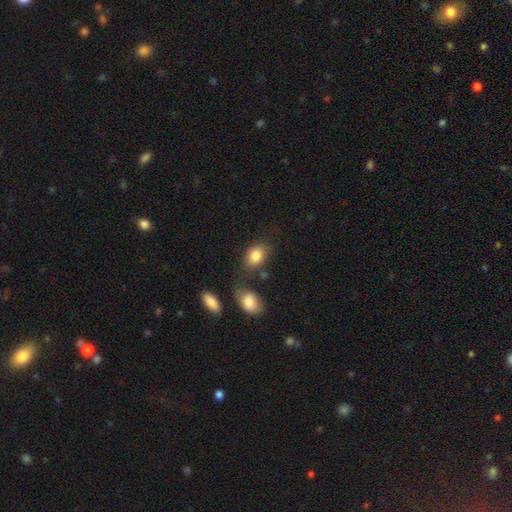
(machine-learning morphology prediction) smooth 84%, featured or disk 9%, star or artifact 8%. Down the decision tree: how rounded — in between (77%); merging — none (61%).